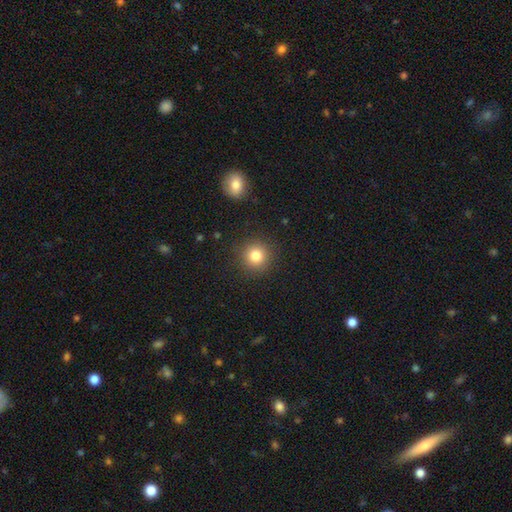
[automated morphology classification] smooth_or_featured: smooth (p=0.82) [alt: star or artifact p=0.12]
how_rounded: round (p=0.94) [alt: in between p=0.06]
merging: none (p=0.90) [alt: minor disturbance p=0.06]